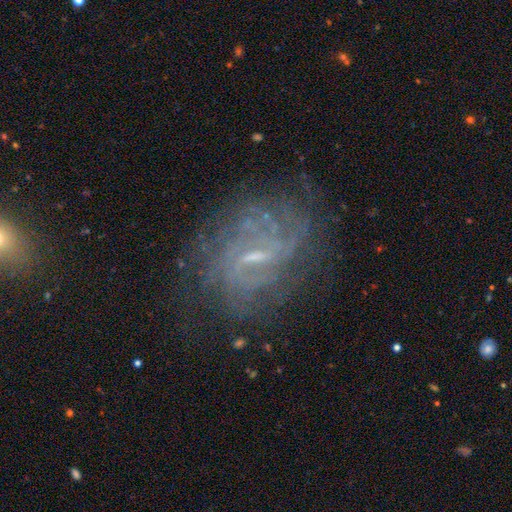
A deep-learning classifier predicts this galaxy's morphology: Smooth or featured? Predicted: featured or disk (p=0.78). Edge-on disk? Predicted: no (p=0.96). Bar? Predicted: weak (p=0.56). Spiral arms? Predicted: yes (p=0.89). Spiral winding? Predicted: tight (p=0.52). Spiral arm count? Predicted: can't tell (p=0.48). Bulge size? Predicted: small (p=0.69). Merging? Predicted: none (p=0.72).